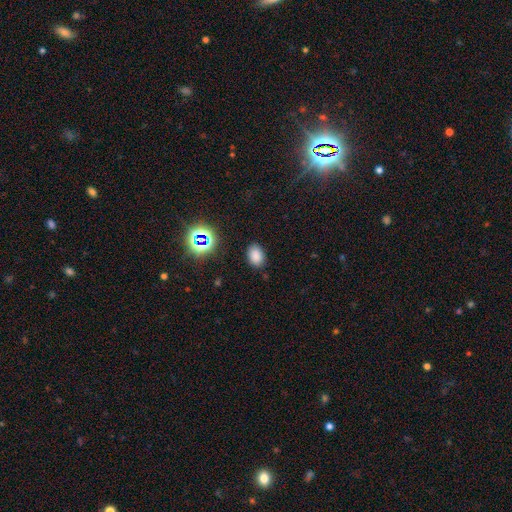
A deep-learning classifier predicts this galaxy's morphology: A smooth galaxy with no disk features (78%) that is in between round and cigar-shaped (78%).

Vote fractions:
- Smooth or featured? smooth: 78% / star or artifact: 17% / featured or disk: 5%
- How rounded? in between: 78% / round: 21% / cigar-shaped: 1%
- Merging? none: 84% / minor disturbance: 11% / major disturbance: 3% / merger: 2%